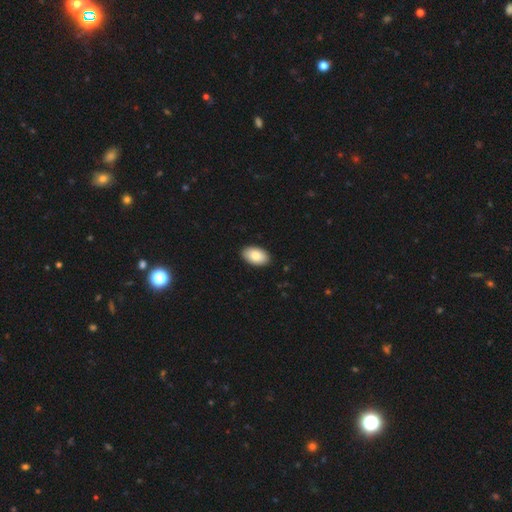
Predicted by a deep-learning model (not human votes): A smooth galaxy with no disk features (84%) that is in between round and cigar-shaped (94%).

Vote fractions:
- Smooth or featured? smooth: 84% / featured or disk: 10% / star or artifact: 6%
- How rounded? in between: 94% / round: 4% / cigar-shaped: 1%
- Merging? none: 91% / minor disturbance: 7% / major disturbance: 1% / merger: 1%